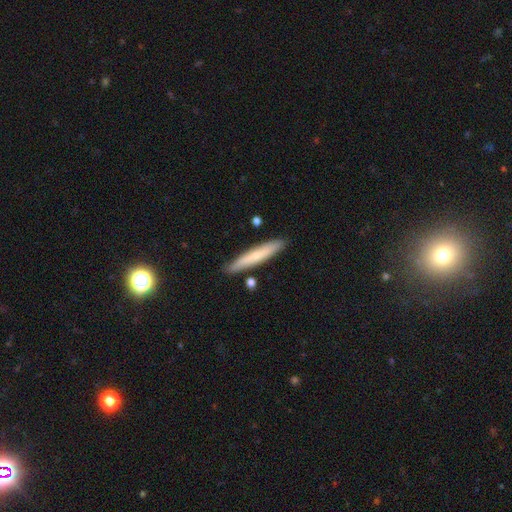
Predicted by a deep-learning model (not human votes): Morphology: type=smooth (62%); roundness=cigar-shaped (93%); merging=none (87%).